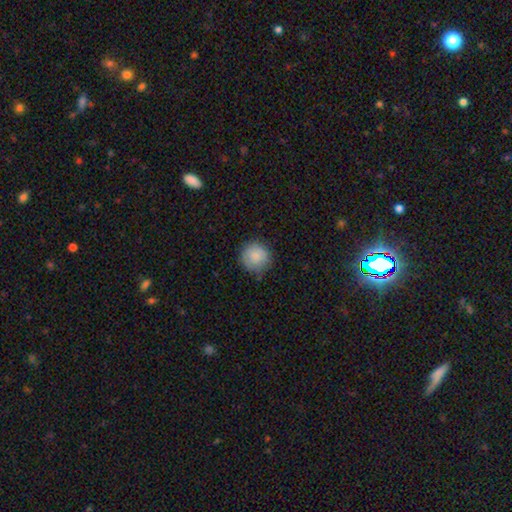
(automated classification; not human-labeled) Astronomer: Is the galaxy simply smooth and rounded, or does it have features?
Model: smooth — 86%.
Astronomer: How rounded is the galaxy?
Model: round — 94%.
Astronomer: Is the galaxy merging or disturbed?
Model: none — 76%.